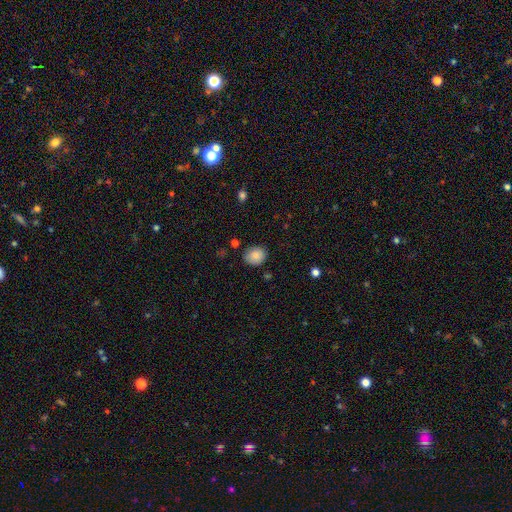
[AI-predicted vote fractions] The model was most divided on "how rounded": round: 61%, in between: 38%, cigar-shaped: 1%. More confident: smooth or featured — smooth (86%); merging — none (82%).